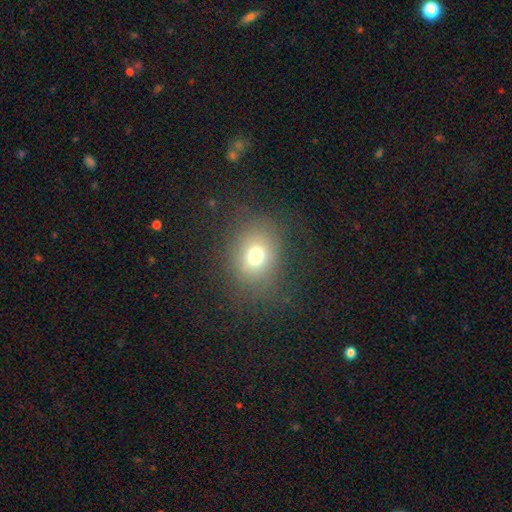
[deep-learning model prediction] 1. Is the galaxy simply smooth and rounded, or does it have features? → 71% smooth, 16% star or artifact, 13% featured or disk.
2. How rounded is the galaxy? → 55% round, 44% in between, 1% cigar-shaped.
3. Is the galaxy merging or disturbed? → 74% none, 14% minor disturbance, 10% major disturbance, 1% merger.